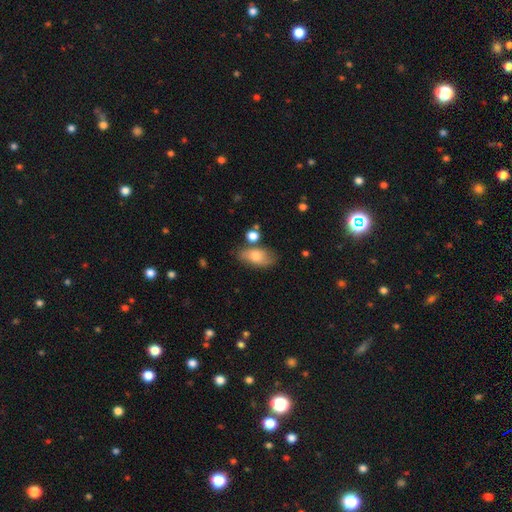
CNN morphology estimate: smooth-or-featured: smooth: 68% | featured or disk: 24% | star or artifact: 8%
  how-rounded: in between: 88% | round: 7% | cigar-shaped: 5%
  merging: none: 64% | minor disturbance: 20% | merger: 9% | major disturbance: 6%